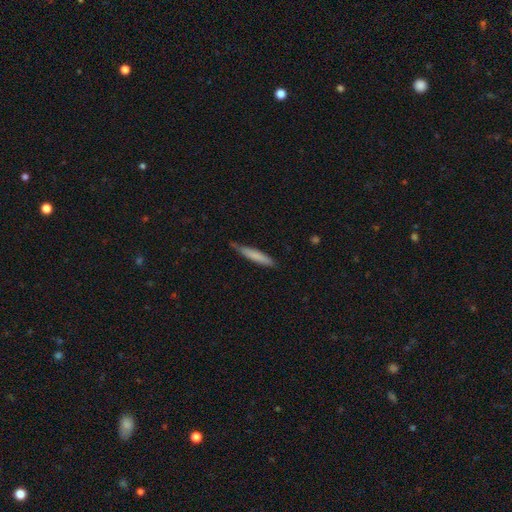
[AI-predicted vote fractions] Smooth or featured? Predicted: smooth (p=0.76). How rounded? Predicted: cigar-shaped (p=0.91). Merging? Predicted: none (p=0.74).